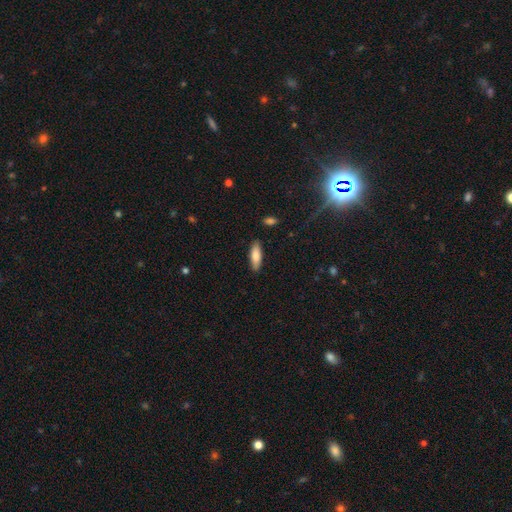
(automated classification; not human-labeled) A smooth galaxy with no disk features (80%) that is in between round and cigar-shaped (56%).

Vote fractions:
- Smooth or featured? smooth: 80% / featured or disk: 14% / star or artifact: 6%
- How rounded? in between: 56% / cigar-shaped: 43% / round: 2%
- Merging? none: 88% / minor disturbance: 9% / major disturbance: 2% / merger: 1%